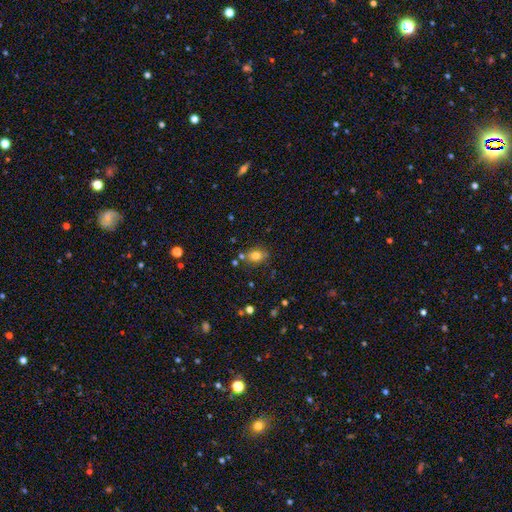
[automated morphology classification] This is likely a smooth galaxy (79%). How rounded: possibly round (49%, tied with in between). Merging: likely none (71%).